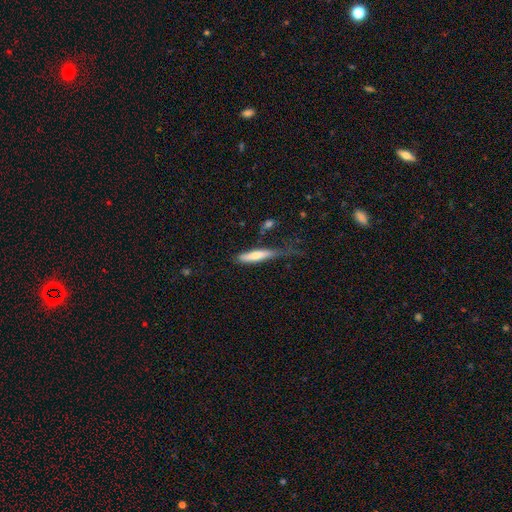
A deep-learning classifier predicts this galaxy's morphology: The model was most divided on "merging": none: 49%, minor disturbance: 32%, major disturbance: 15%, merger: 4%. More confident: how rounded — cigar-shaped (82%); smooth or featured — smooth (68%).